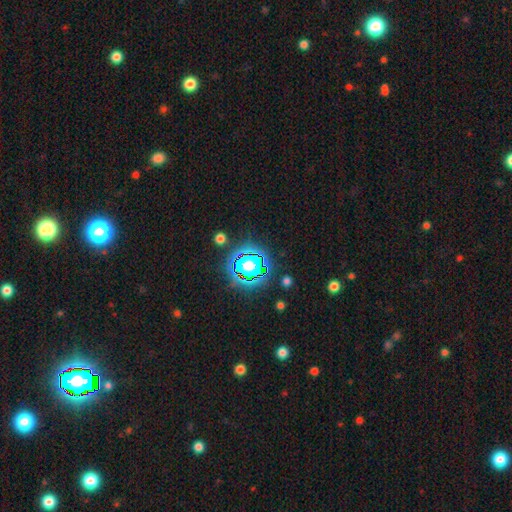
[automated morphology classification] star or artifact 80%, smooth 12%, featured or disk 8%.